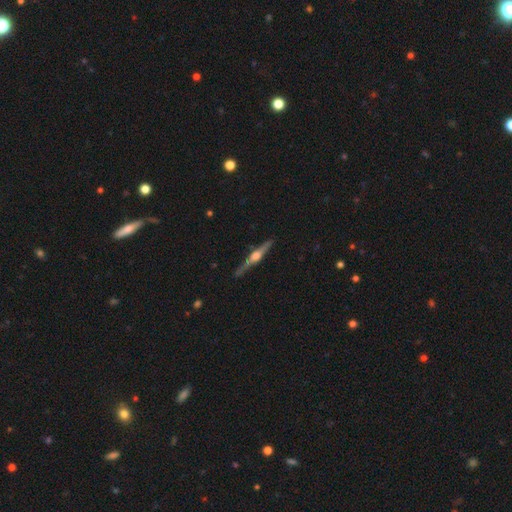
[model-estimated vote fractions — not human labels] Smooth or featured? featured or disk (85%)
Edge-on disk? yes (98%)
Edge-on bulge? rounded (89%)
Merging? none (89%)